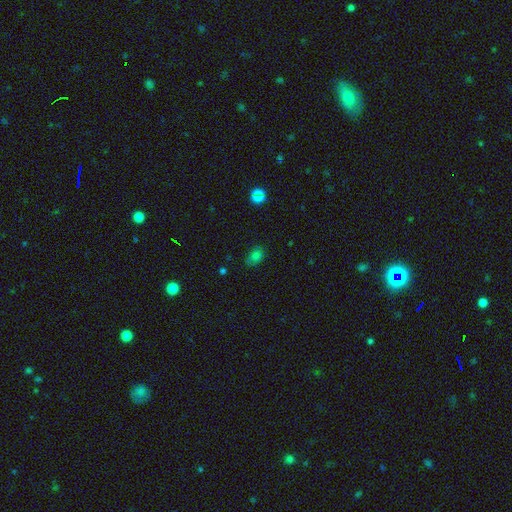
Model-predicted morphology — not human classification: Smooth or featured? smooth (75%)
How rounded? in between (78%)
Merging? none (72%)